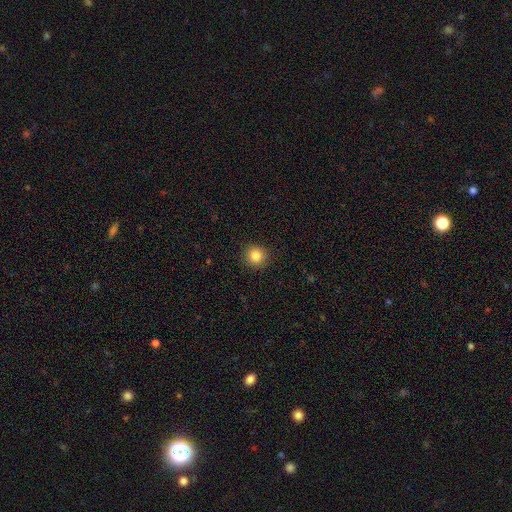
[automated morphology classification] This appears to be a smooth galaxy with no disk features (84%) that is round (92%). Merging: none (92%).